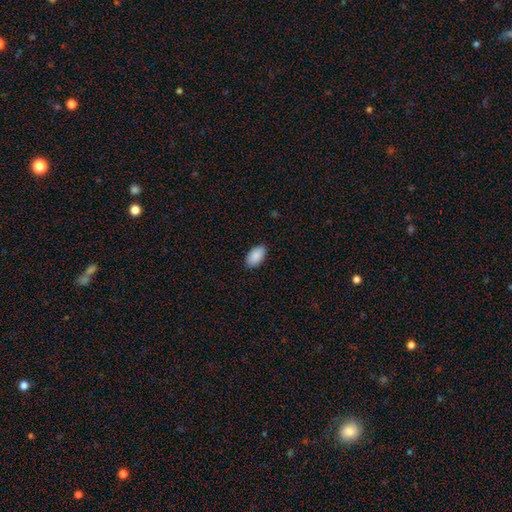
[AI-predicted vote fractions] A smooth galaxy with no disk features (90%) that is in between round and cigar-shaped (94%). Merging: none (88%).